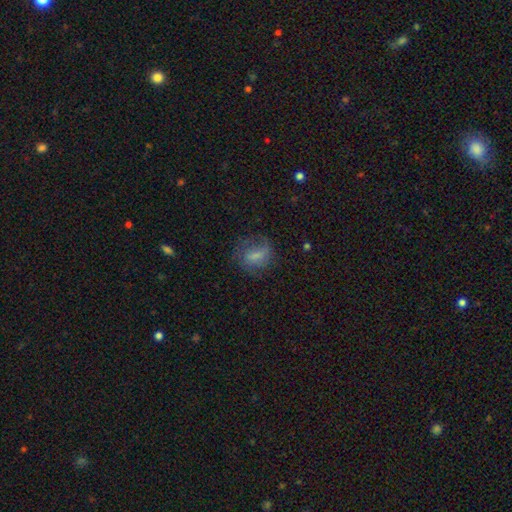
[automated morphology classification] Smooth or featured: smooth — 57% (featured or disk — 32%)
How rounded: in between — 55% (round — 41%)
Merging: none — 56% (minor disturbance — 24%)